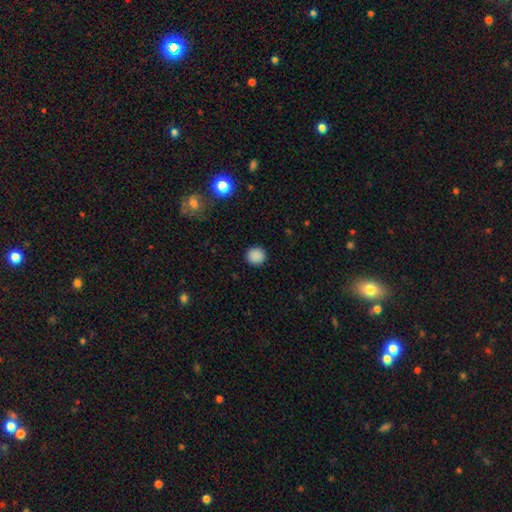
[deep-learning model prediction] Smooth or featured?
  - smooth: 88% *
  - star or artifact: 9%
  - featured or disk: 2%
How rounded?
  - round: 94% *
  - in between: 5%
  - cigar-shaped: 1%
Merging?
  - none: 92% *
  - minor disturbance: 5%
  - major disturbance: 2%
  - merger: 1%